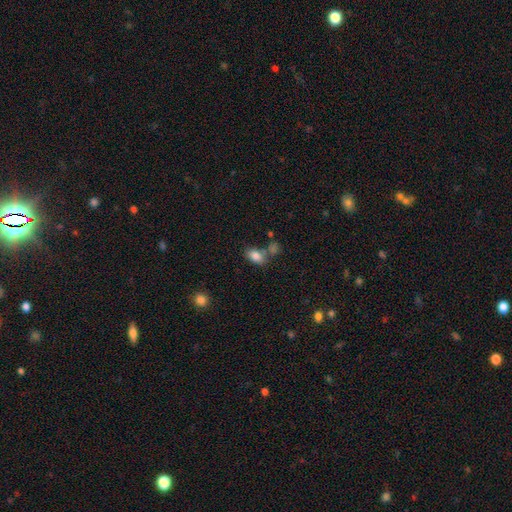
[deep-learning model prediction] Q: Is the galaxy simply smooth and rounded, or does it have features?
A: smooth — 82%.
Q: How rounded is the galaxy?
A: in between — 87%.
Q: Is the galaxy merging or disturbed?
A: none — 54%.